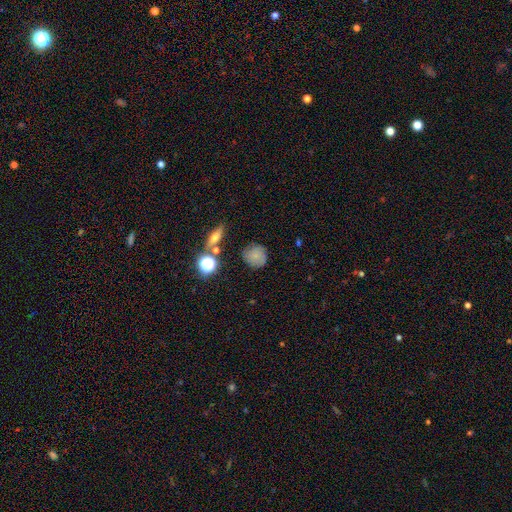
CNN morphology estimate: smooth-or-featured: smooth: 72% | featured or disk: 15% | star or artifact: 13%
  how-rounded: round: 87% | in between: 12% | cigar-shaped: 1%
  merging: none: 75% | minor disturbance: 16% | major disturbance: 4% | merger: 4%